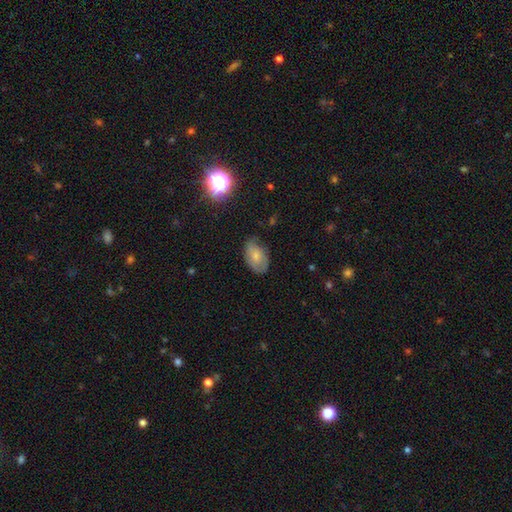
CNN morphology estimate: Smooth or featured? smooth (62%)
How rounded? in between (88%)
Merging? none (62%)